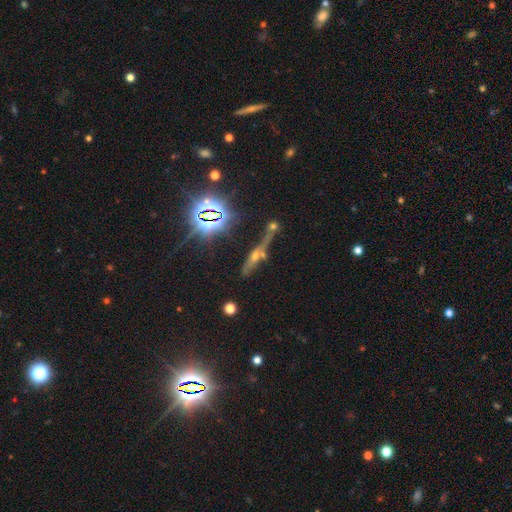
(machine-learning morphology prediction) The model was most divided on "smooth or featured": featured or disk: 39%, star or artifact: 37%, smooth: 24%. More confident: merging — none (53%).